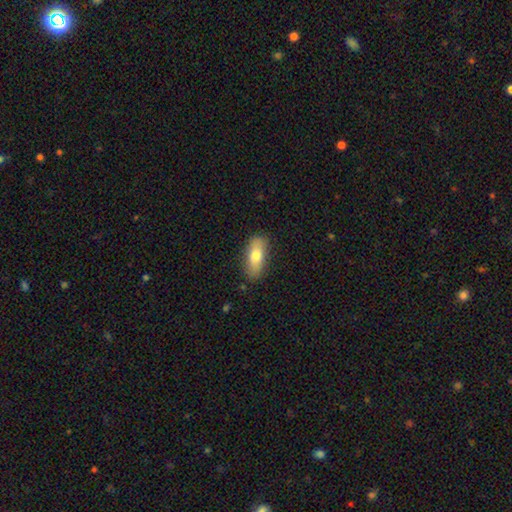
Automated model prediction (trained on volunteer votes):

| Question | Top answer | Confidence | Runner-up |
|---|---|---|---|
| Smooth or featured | smooth | 74% | featured or disk (20%) |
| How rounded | in between | 77% | cigar-shaped (19%) |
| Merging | none | 85% | minor disturbance (12%) |